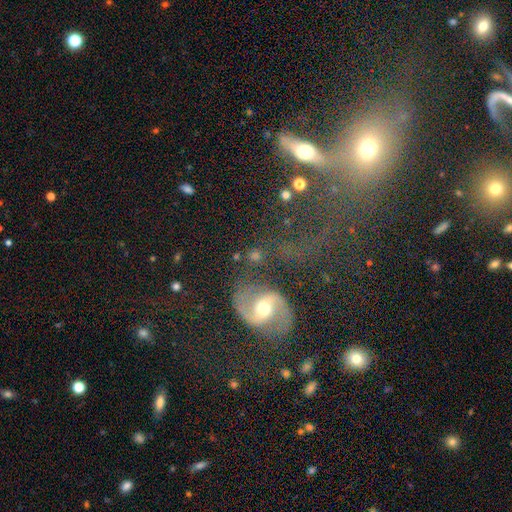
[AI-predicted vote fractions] This is likely a featured or disk galaxy (67%). It is clearly not viewed edge-on (95%). Bar: marginally weak (41%). Spiral arm pattern: clearly yes (90%). Spiral arm count: clearly 2 (93%). Spiral winding: possibly loose (47%). Central bulge: likely moderate (65%). Merging: likely none (72%).